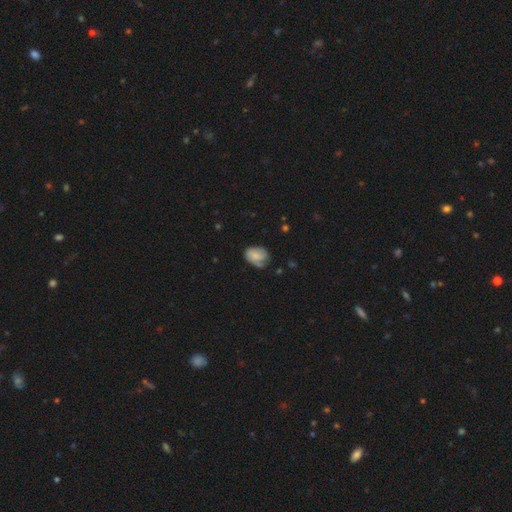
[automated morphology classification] Smooth or featured?
  - smooth: 63% *
  - featured or disk: 29%
  - star or artifact: 8%
How rounded?
  - in between: 71% *
  - round: 28%
  - cigar-shaped: 1%
Merging?
  - none: 48% *
  - minor disturbance: 35%
  - major disturbance: 14%
  - merger: 3%